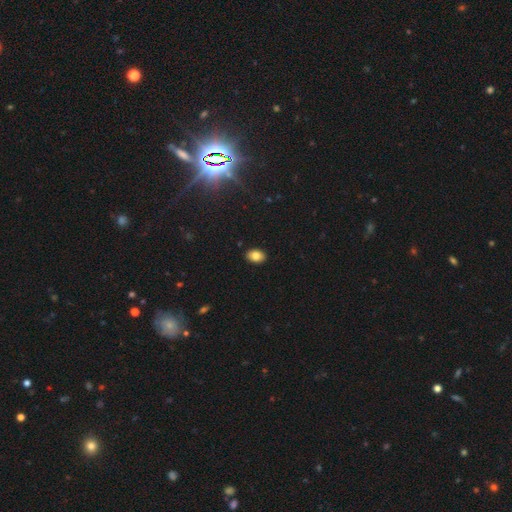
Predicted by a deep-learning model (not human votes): smooth-or-featured: smooth: 82% | star or artifact: 9% | featured or disk: 9%
  how-rounded: in between: 85% | round: 14% | cigar-shaped: 1%
  merging: none: 90% | minor disturbance: 8% | major disturbance: 2% | merger: 1%